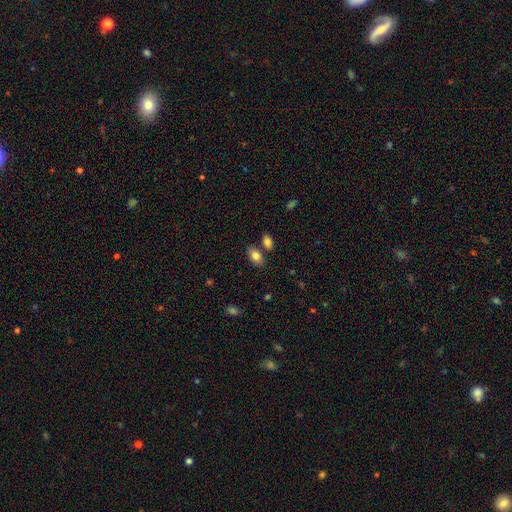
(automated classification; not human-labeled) Smooth or featured? Predicted: smooth (p=0.84). How rounded? Predicted: in between (p=0.91). Merging? Predicted: none (p=0.73).